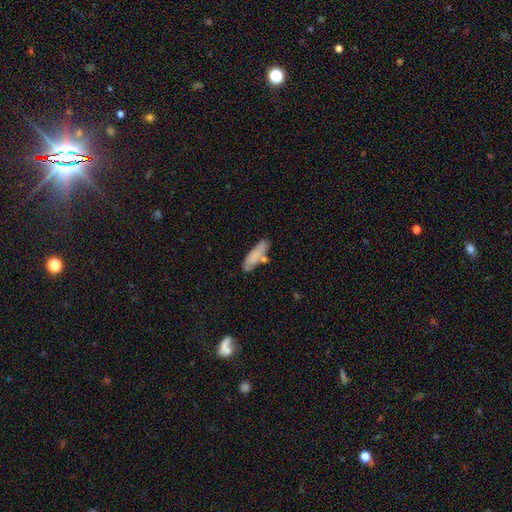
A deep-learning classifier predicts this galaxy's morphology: This appears to be a smooth galaxy with no disk features (76%) that is cigar-shaped (52%). Merging: none (64%).